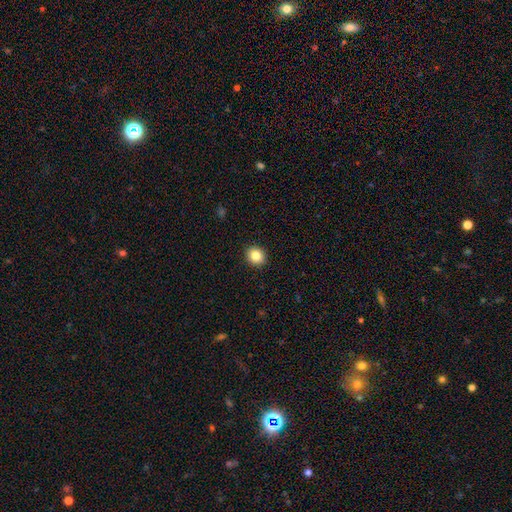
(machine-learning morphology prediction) smooth 85%, star or artifact 10%, featured or disk 6%. Down the decision tree: how rounded — round (77%); merging — none (92%).